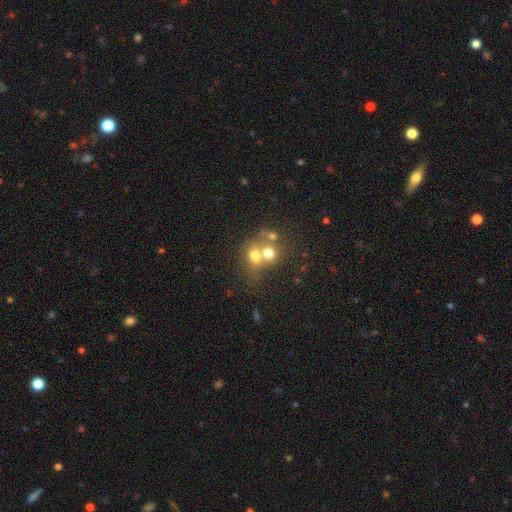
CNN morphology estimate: Overall: smooth (65%). How rounded: round (67%; in between 32%). Merging: merger (61%; none 28%).